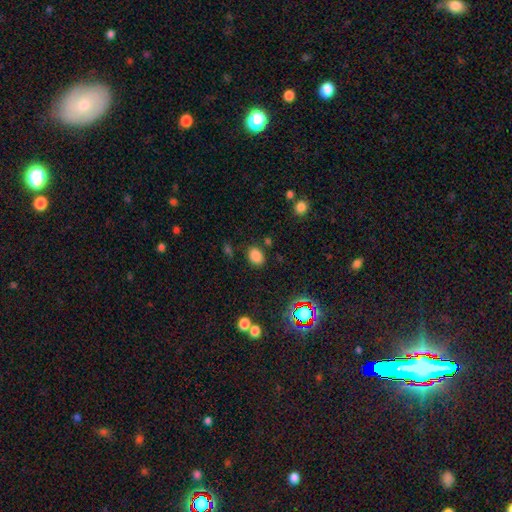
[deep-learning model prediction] Smooth or featured? smooth (81%)
How rounded? in between (68%)
Merging? none (82%)